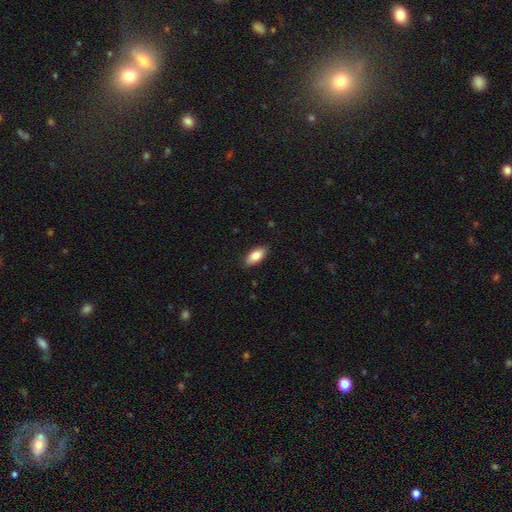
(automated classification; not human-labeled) Smooth or featured? smooth (83%)
How rounded? in between (89%)
Merging? none (87%)